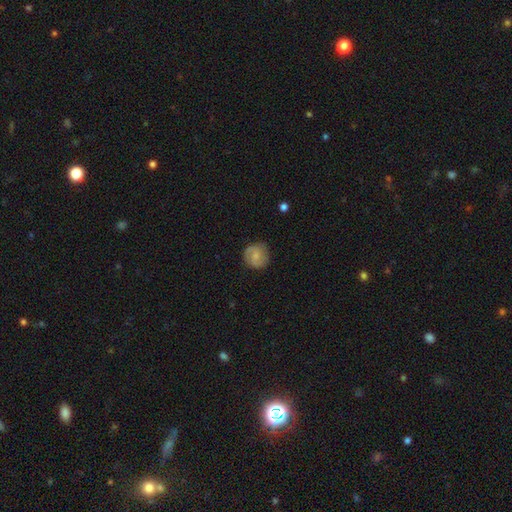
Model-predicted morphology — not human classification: The model was most divided on "smooth or featured": smooth: 56%, featured or disk: 37%, star or artifact: 7%. More confident: how rounded — round (89%); merging — none (80%).